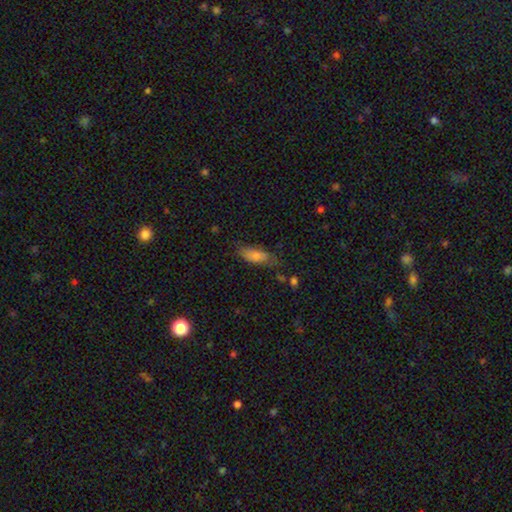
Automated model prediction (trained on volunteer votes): The model was most divided on "merging": none: 63%, minor disturbance: 27%, major disturbance: 8%, merger: 3%. More confident: how rounded — in between (73%); smooth or featured — smooth (71%).